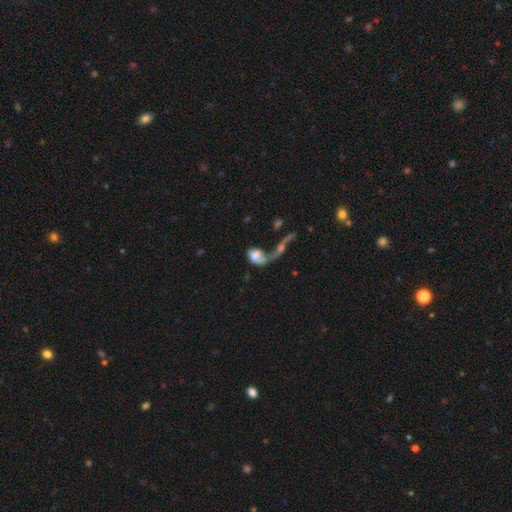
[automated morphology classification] Smooth or featured? Predicted: smooth (p=0.48). Merging? Predicted: merger (p=0.54).